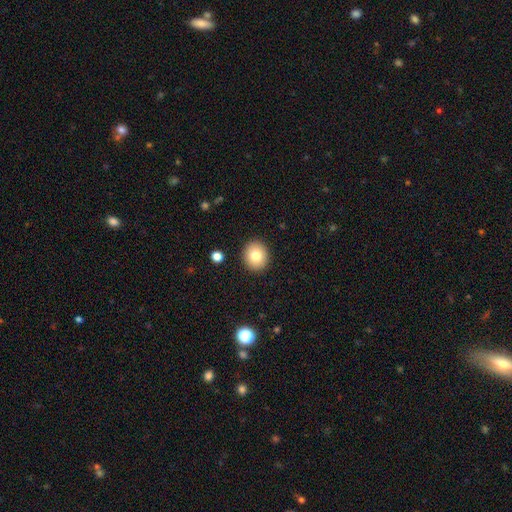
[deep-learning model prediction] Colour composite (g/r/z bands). It shows a smooth galaxy with no disk features (80%) that is round (76%). Merging: none (90%).